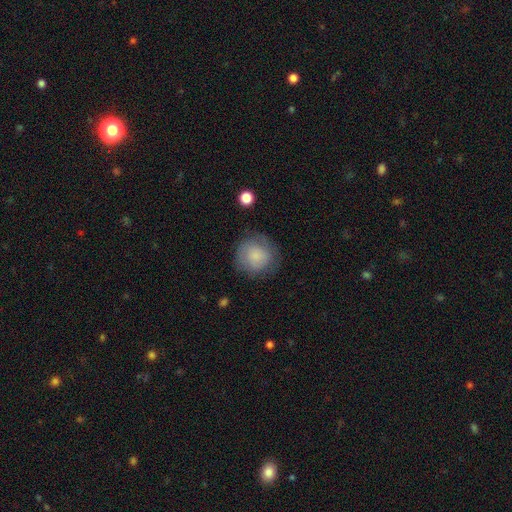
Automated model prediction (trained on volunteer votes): Smooth or featured: smooth — 77% (featured or disk — 16%)
How rounded: round — 91% (in between — 8%)
Merging: none — 73% (minor disturbance — 18%)